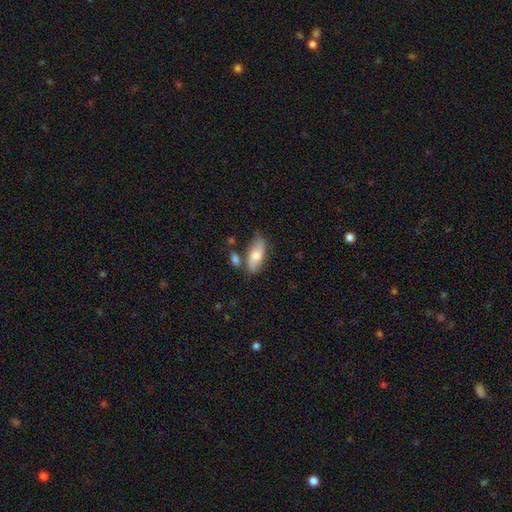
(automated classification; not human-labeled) This is likely a smooth galaxy (64%). How rounded: clearly in between (82%). Merging: likely none (63%).